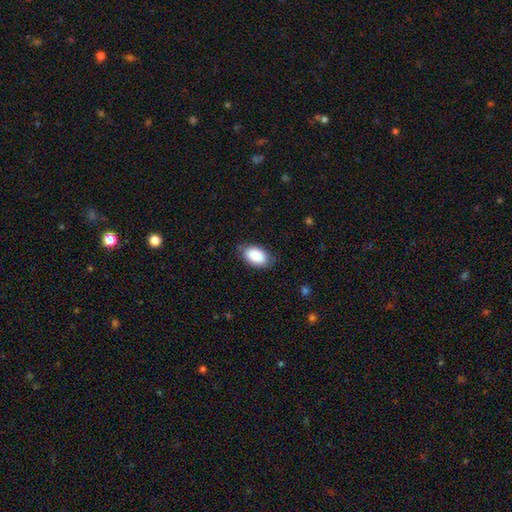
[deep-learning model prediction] This is clearly a smooth galaxy (89%). How rounded: clearly in between (94%). Merging: likely none (80%).